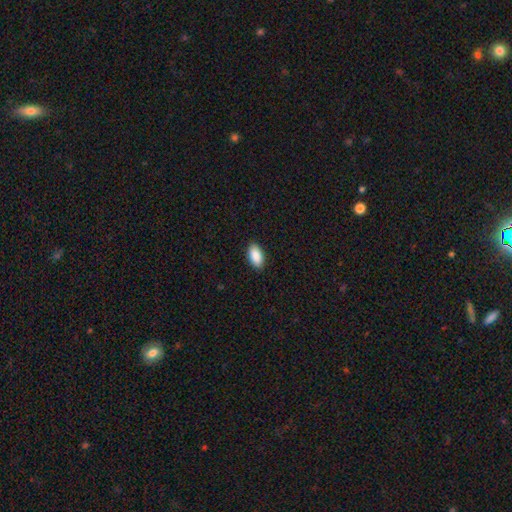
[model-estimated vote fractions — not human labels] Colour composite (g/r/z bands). It shows a smooth galaxy with no disk features (90%) that is in between round and cigar-shaped (94%). Merging: none (90%).